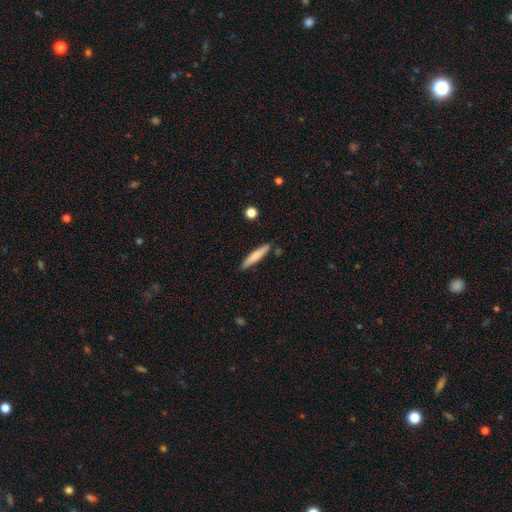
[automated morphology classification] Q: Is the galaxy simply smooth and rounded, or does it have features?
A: smooth — 73%.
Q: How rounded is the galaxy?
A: cigar-shaped — 92%.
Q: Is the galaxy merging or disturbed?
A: none — 86%.